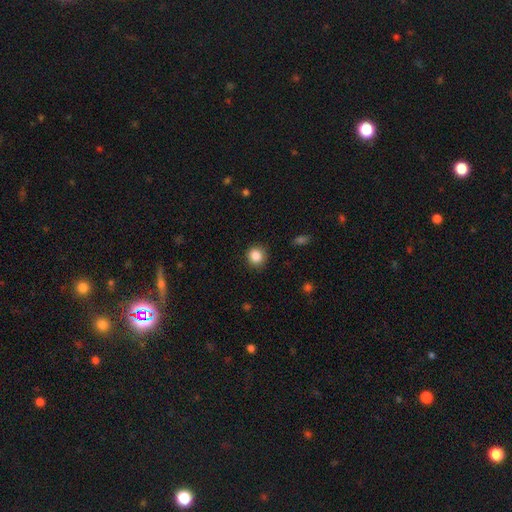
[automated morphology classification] smooth 86%, star or artifact 10%, featured or disk 4%. Down the decision tree: how rounded — round (89%); merging — none (88%).